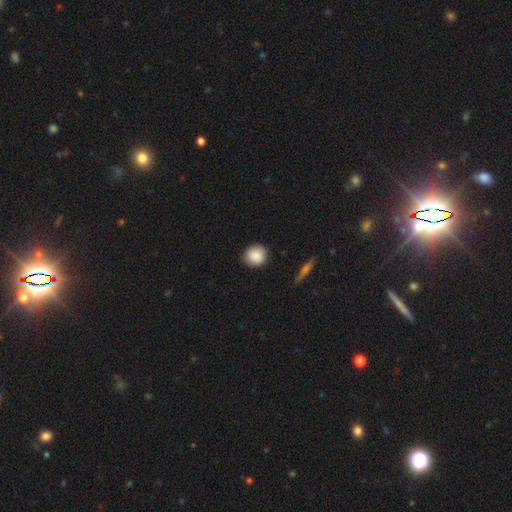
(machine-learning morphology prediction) Smooth or featured?
  - smooth: 88% *
  - star or artifact: 8%
  - featured or disk: 4%
How rounded?
  - round: 90% *
  - in between: 9%
  - cigar-shaped: 1%
Merging?
  - none: 89% *
  - minor disturbance: 8%
  - major disturbance: 2%
  - merger: 1%